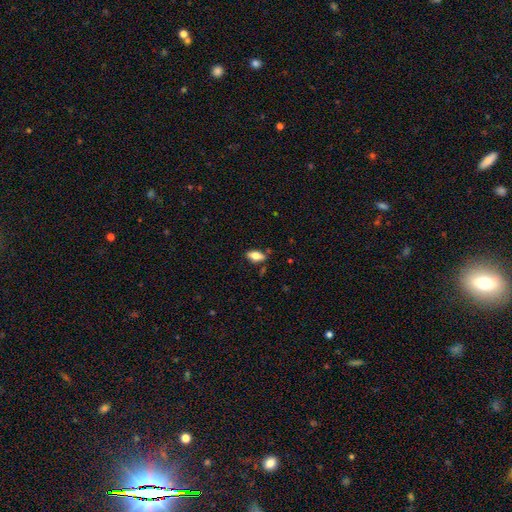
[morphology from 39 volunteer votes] Smooth or featured?
  - smooth: 64% *
  - featured or disk: 28%
  - star or artifact: 8%
How rounded?
  - in between: 80% *
  - cigar-shaped: 16%
  - round: 4%
Merging?
  - none: 89% *
  - minor disturbance: 8%
  - merger: 3%
  - major disturbance: 0%